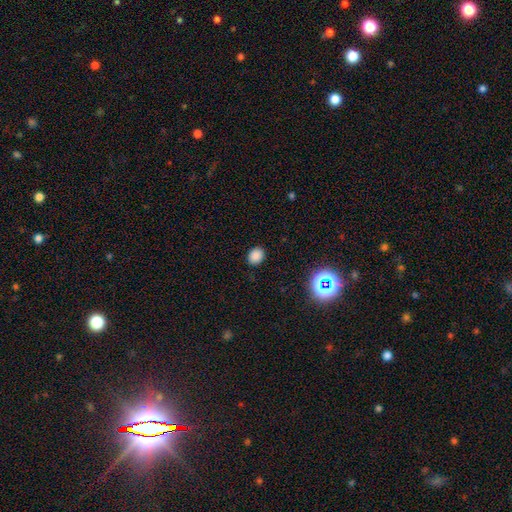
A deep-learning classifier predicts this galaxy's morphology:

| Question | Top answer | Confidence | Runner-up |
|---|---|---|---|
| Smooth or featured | smooth | 83% | star or artifact (13%) |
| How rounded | in between | 50% | round (49%) |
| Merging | none | 88% | minor disturbance (9%) |